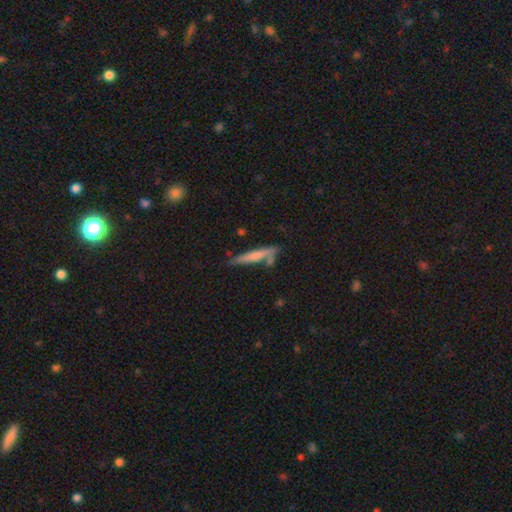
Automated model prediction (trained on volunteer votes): A smooth galaxy with no disk features (62%) that is cigar-shaped (92%). Merging: none (67%).